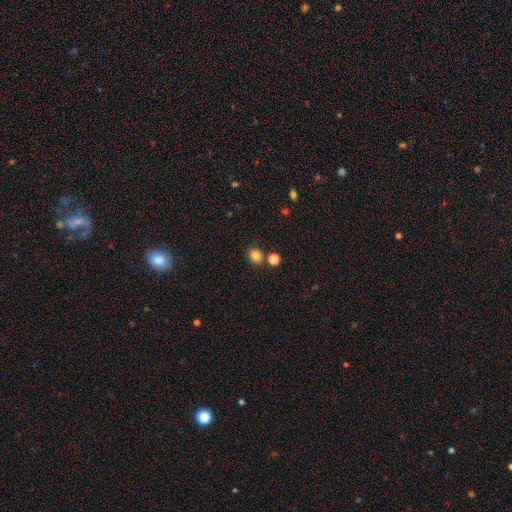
smooth-or-featured: smooth: 89% | star or artifact: 8% | featured or disk: 3%
  how-rounded: round: 59% | in between: 38% | cigar-shaped: 3%
  merging: none: 60% | merger: 20% | minor disturbance: 17% | major disturbance: 3%